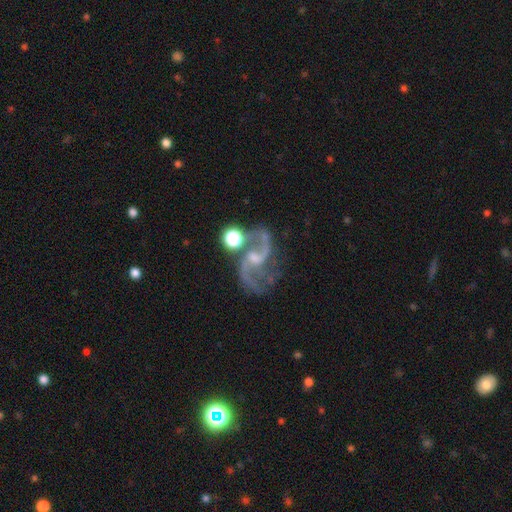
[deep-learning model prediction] Overall: featured or disk (89%). Edge-on disk: no (98%). Bar: weak (49%; no 37%). Spiral arms: yes (97%). Spiral arm count: 2 (92%). Spiral winding: loose (57%; medium 36%). Bulge size: small (58%; moderate 27%). Merging: none (59%).